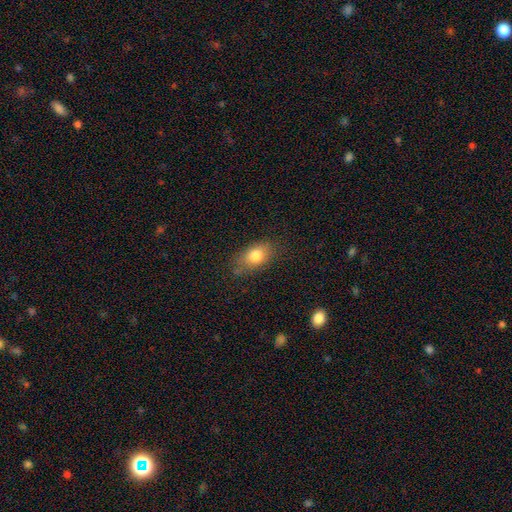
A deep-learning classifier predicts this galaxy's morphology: Overall: smooth (80%). How rounded: in between (83%). Merging: none (74%).